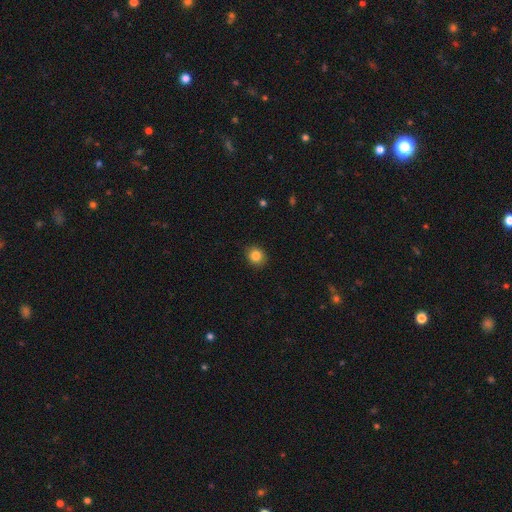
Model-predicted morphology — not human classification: Q: Smooth or featured?
A: smooth (85%); runner-up: star or artifact (10%)
Q: How rounded?
A: round (80%); runner-up: in between (19%)
Q: Merging?
A: none (88%); runner-up: minor disturbance (9%)